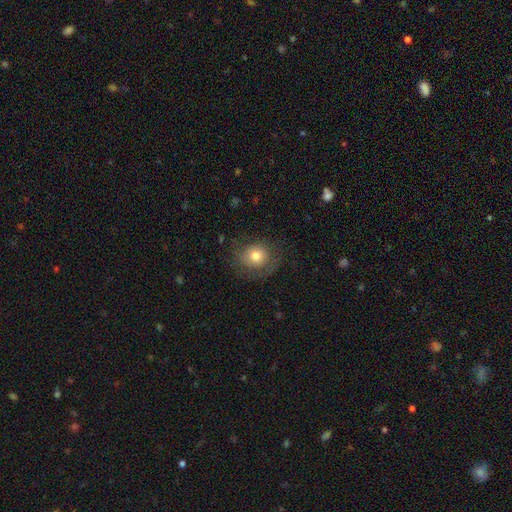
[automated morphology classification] A smooth galaxy with no disk features (70%) that is round (77%). Merging: none (70%).